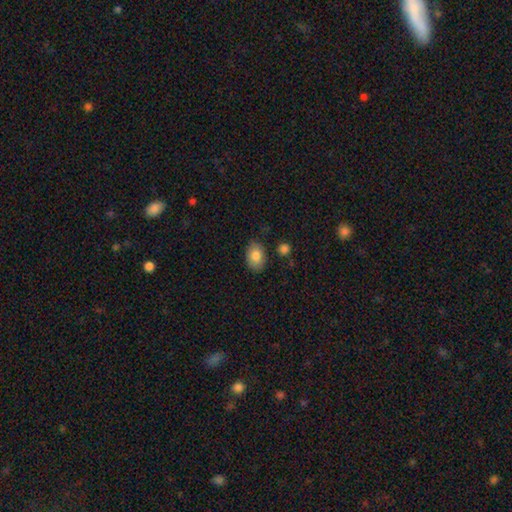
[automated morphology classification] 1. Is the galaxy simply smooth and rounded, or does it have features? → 83% smooth, 10% featured or disk, 7% star or artifact.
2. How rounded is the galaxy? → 84% in between, 15% round, 1% cigar-shaped.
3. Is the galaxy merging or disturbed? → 81% none, 13% minor disturbance, 3% major disturbance, 3% merger.